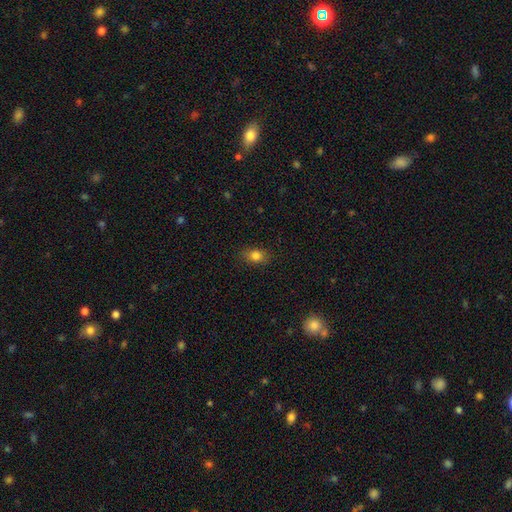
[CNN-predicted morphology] smooth-or-featured: smooth: 82% | star or artifact: 11% | featured or disk: 7%
  how-rounded: in between: 67% | round: 31% | cigar-shaped: 2%
  merging: none: 85% | minor disturbance: 12% | major disturbance: 3% | merger: 1%